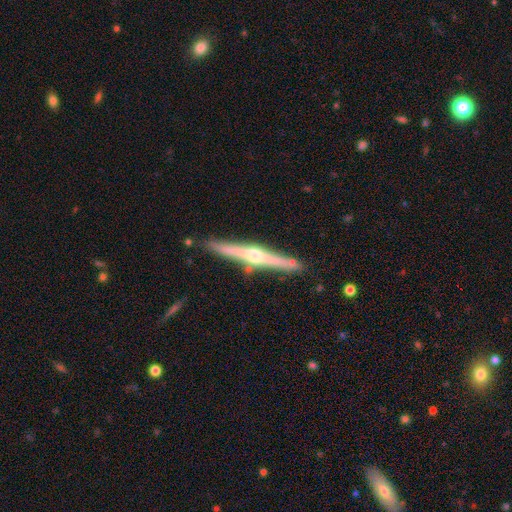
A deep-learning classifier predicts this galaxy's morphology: A featured or disk galaxy (79%) viewed edge-on (98%) with a rounded central bulge (92%). Merging: none (87%).